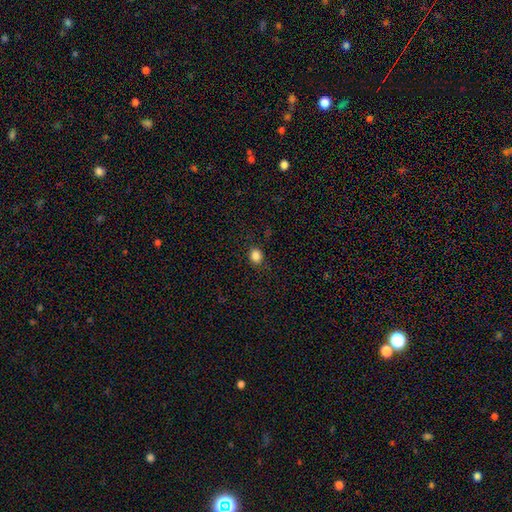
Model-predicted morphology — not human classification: Smooth or featured?
  - smooth: 84% *
  - star or artifact: 12%
  - featured or disk: 4%
How rounded?
  - round: 61% *
  - in between: 38%
  - cigar-shaped: 1%
Merging?
  - none: 86% *
  - minor disturbance: 10%
  - major disturbance: 3%
  - merger: 1%